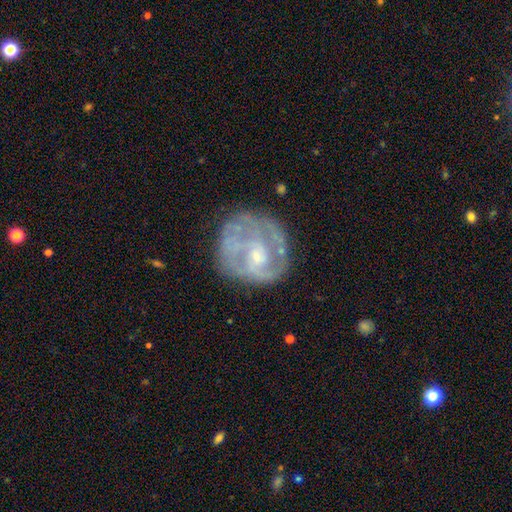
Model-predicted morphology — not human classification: smooth-or-featured: featured or disk: 72% | smooth: 20% | star or artifact: 7%
  disk-edge-on: no: 98% | yes: 2%
    bar: no: 66% | weak: 29% | strong: 6%
    has-spiral-arms: yes: 63% | no: 37%
    bulge-size: small: 56% | moderate: 31% | none: 10% | large: 2% | dominant: 1%
  merging: none: 59% | minor disturbance: 21% | major disturbance: 17% | merger: 3%